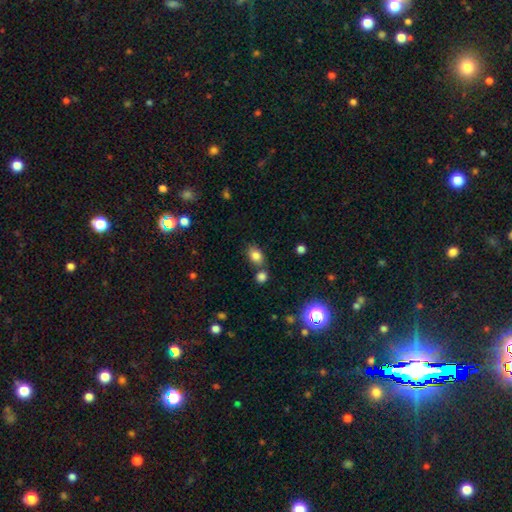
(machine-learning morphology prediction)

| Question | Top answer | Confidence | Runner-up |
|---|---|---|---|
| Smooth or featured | smooth | 82% | star or artifact (11%) |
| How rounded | in between | 77% | round (21%) |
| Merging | none | 67% | merger (17%) |